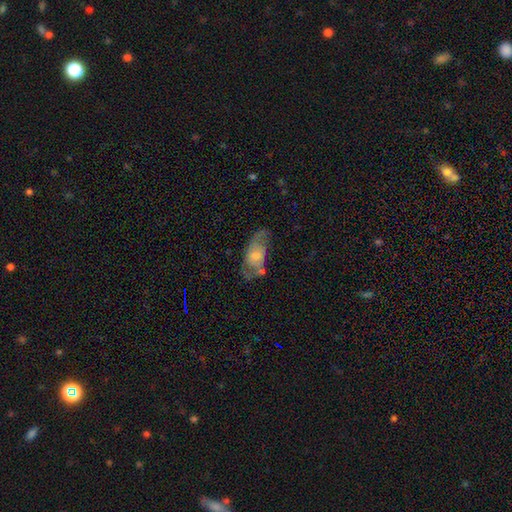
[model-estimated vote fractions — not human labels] Smooth or featured?
  - featured or disk: 65% *
  - smooth: 27%
  - star or artifact: 8%
Edge-on disk?
  - no: 92% *
  - yes: 8%
Bar?
  - no: 67% *
  - weak: 28%
  - strong: 5%
Spiral arms?
  - yes: 79% *
  - no: 21%
Bulge size?
  - small: 45% *
  - moderate: 41%
  - large: 7%
  - none: 5%
  - dominant: 2%
Merging?
  - none: 57% *
  - minor disturbance: 22%
  - major disturbance: 16%
  - merger: 6%